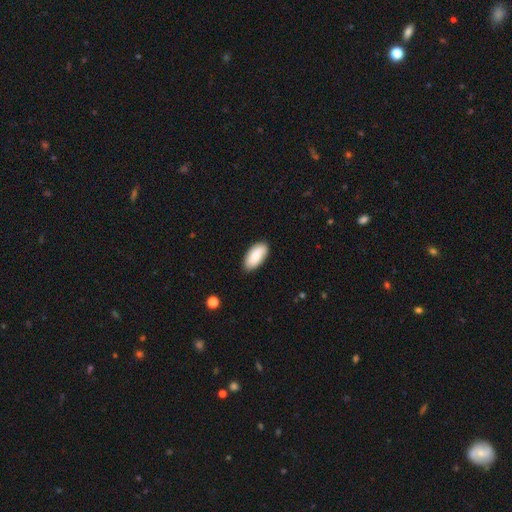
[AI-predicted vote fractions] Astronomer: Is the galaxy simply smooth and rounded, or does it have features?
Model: smooth — 82%.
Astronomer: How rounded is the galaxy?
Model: in between — 93%.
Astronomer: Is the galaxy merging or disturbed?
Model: none — 83%.